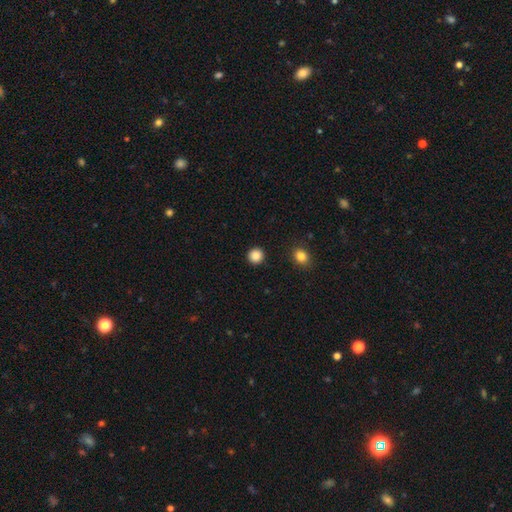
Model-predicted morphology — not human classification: smooth_or_featured: smooth (p=0.87) [alt: star or artifact p=0.10]
how_rounded: round (p=0.94) [alt: in between p=0.05]
merging: none (p=0.93) [alt: minor disturbance p=0.04]